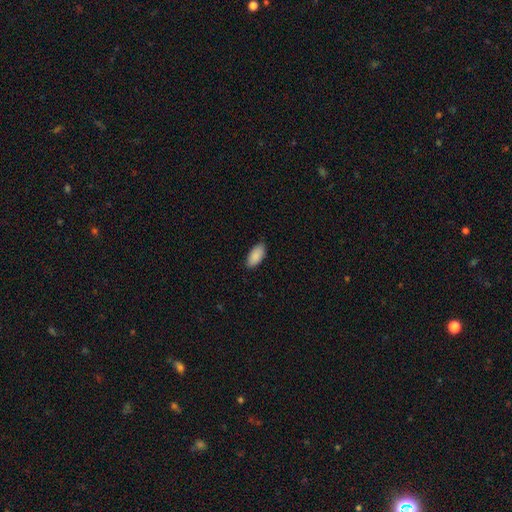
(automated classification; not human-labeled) Smooth or featured?
  - smooth: 90% *
  - star or artifact: 6%
  - featured or disk: 4%
How rounded?
  - in between: 91% *
  - cigar-shaped: 7%
  - round: 2%
Merging?
  - none: 86% *
  - minor disturbance: 11%
  - major disturbance: 2%
  - merger: 1%